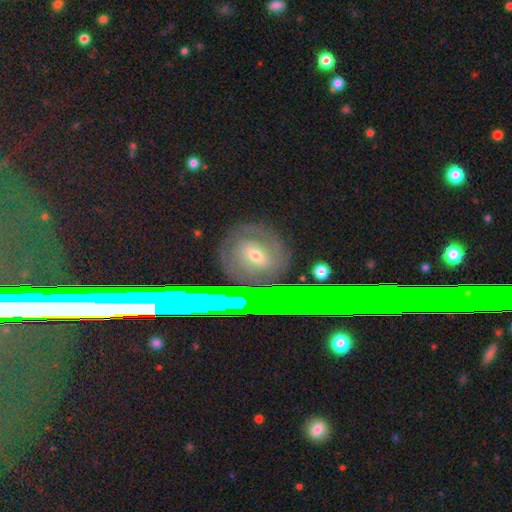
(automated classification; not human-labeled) Morphology: type=featured or disk (61%); edge-on=no (93%); bar=no (45%); spiral arms=yes (79%); bulge=moderate (58%); merging=none (77%).